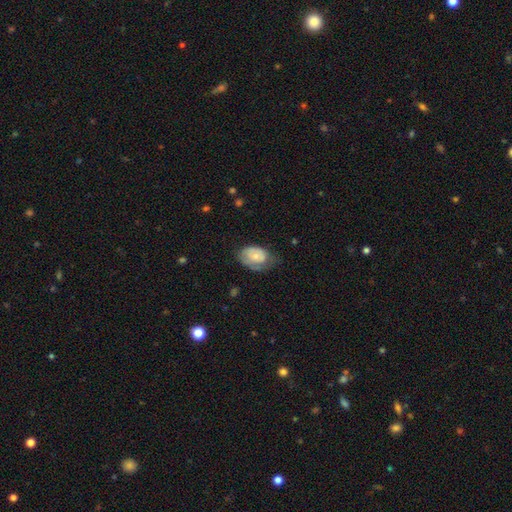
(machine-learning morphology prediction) A smooth galaxy with no disk features (56%) that is in between round and cigar-shaped (83%).

Vote fractions:
- Smooth or featured? smooth: 56% / featured or disk: 37% / star or artifact: 6%
- How rounded? in between: 83% / round: 16% / cigar-shaped: 1%
- Merging? none: 42% / minor disturbance: 36% / major disturbance: 21% / merger: 2%